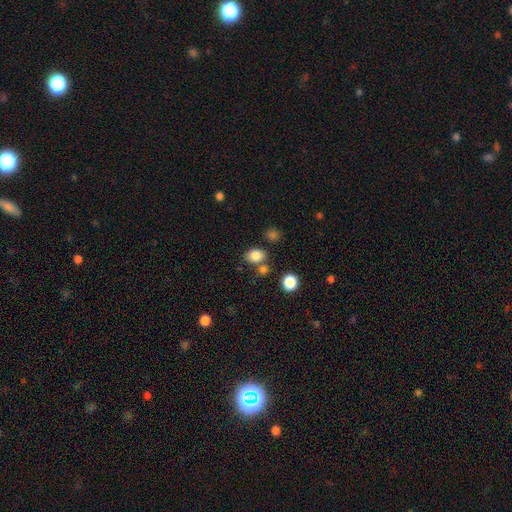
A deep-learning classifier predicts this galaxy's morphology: Smooth or featured?
  - smooth: 83% *
  - star or artifact: 11%
  - featured or disk: 6%
How rounded?
  - in between: 58% *
  - round: 41%
  - cigar-shaped: 1%
Merging?
  - none: 70% *
  - merger: 14%
  - minor disturbance: 12%
  - major disturbance: 4%